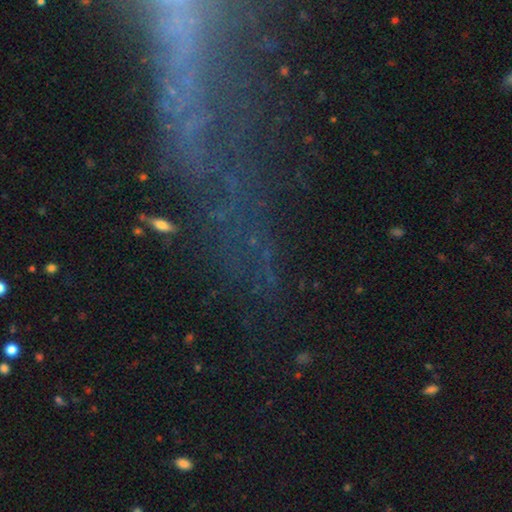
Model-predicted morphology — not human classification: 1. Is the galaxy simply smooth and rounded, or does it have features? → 49% star or artifact, 33% featured or disk, 19% smooth.